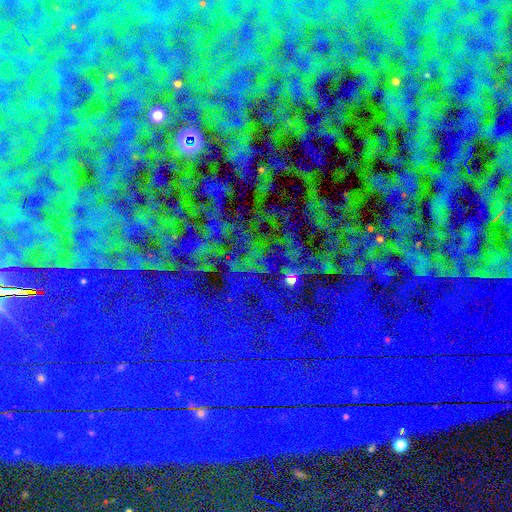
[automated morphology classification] Overall: star or artifact (80%).